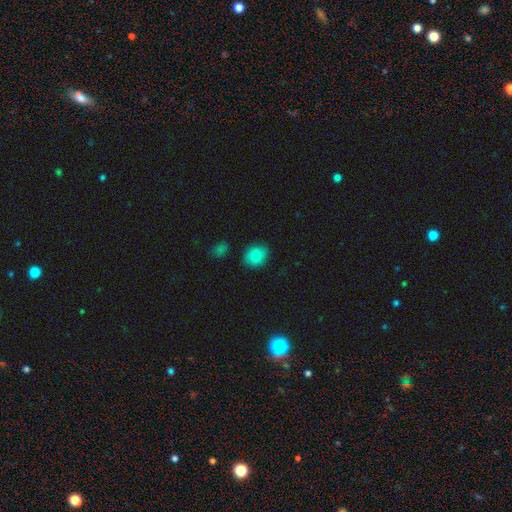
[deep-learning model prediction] Overall: smooth (84%). How rounded: round (57%; in between 42%). Merging: none (83%).